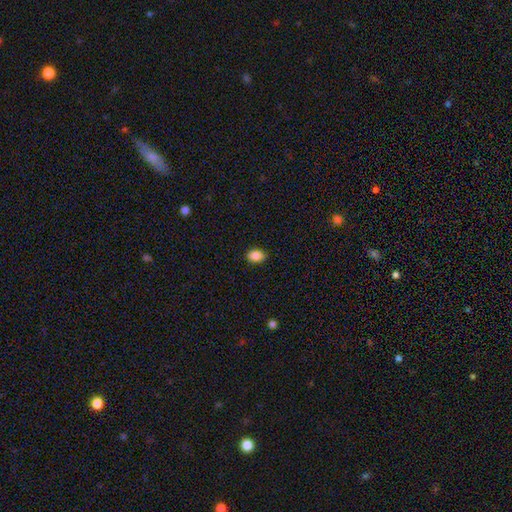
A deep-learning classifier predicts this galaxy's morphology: type=smooth (87%); roundness=in between (77%); merging=none (83%).